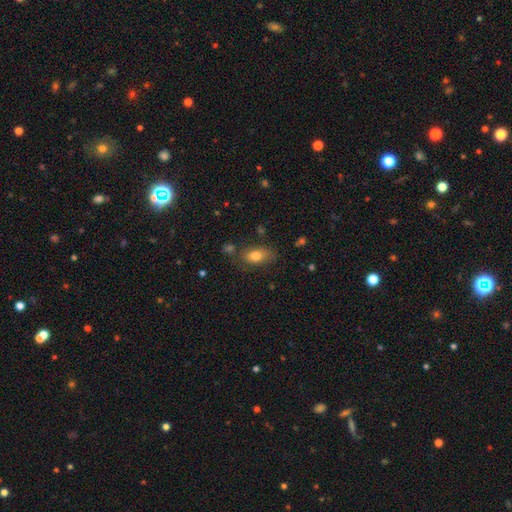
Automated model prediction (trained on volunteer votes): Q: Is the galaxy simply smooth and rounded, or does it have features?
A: smooth — 79%.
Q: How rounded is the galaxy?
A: in between — 87%.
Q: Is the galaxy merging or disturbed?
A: none — 70%.